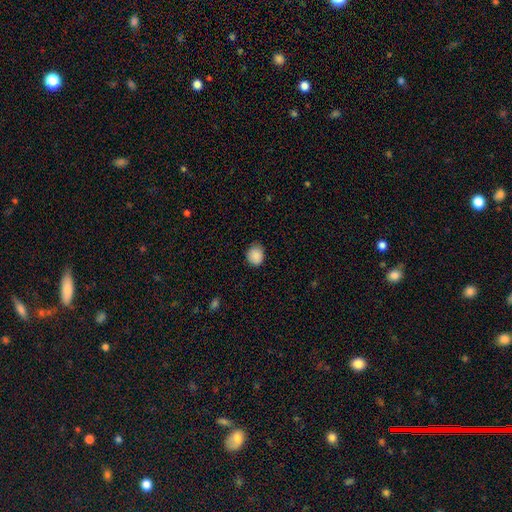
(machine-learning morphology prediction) smooth-or-featured: smooth: 89% | star or artifact: 8% | featured or disk: 3%
  how-rounded: round: 71% | in between: 29% | cigar-shaped: 1%
  merging: none: 80% | minor disturbance: 16% | major disturbance: 3% | merger: 1%